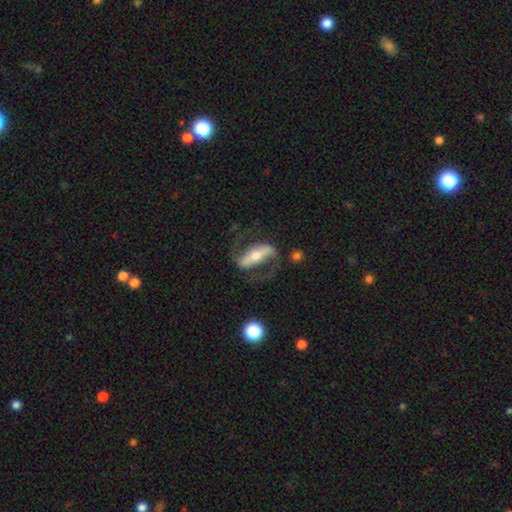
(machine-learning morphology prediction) The model was most divided on "spiral winding": loose: 45%, medium: 41%, tight: 14%. More confident: spiral arm count — 2 (90%); spiral arms — yes (87%); edge-on disk — no (85%); smooth or featured — featured or disk (80%); bar — strong (71%); merging — none (65%); bulge size — moderate (55%).